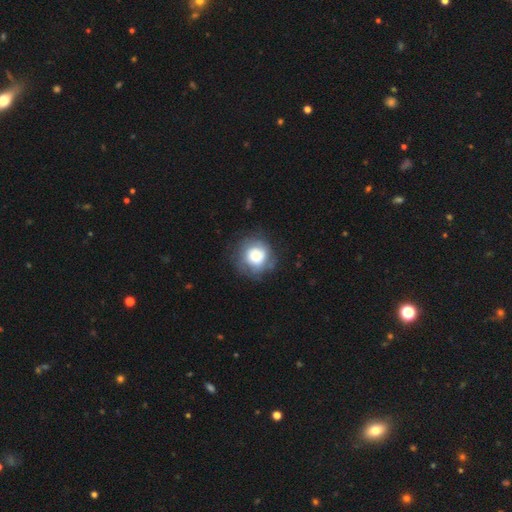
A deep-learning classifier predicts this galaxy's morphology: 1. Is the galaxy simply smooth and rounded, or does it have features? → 61% smooth, 29% featured or disk, 10% star or artifact.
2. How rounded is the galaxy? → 90% round, 9% in between, 1% cigar-shaped.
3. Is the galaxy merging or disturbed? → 72% none, 17% minor disturbance, 9% major disturbance, 2% merger.